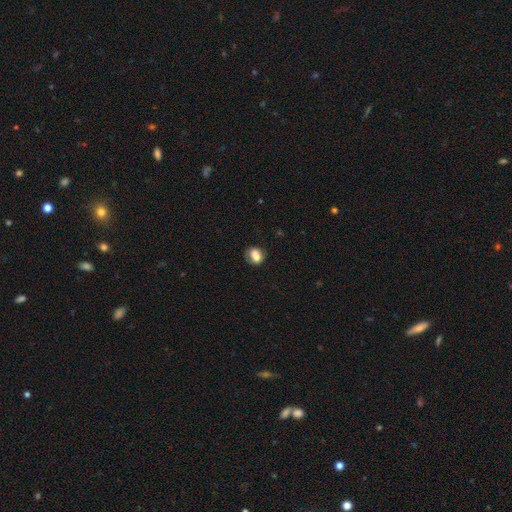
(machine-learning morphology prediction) type=smooth (79%); roundness=in between (57%); merging=none (66%).